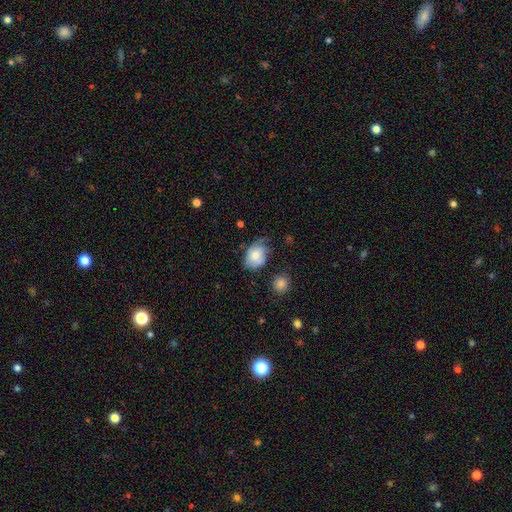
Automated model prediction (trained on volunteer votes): smooth_or_featured: smooth (p=0.65) [alt: featured or disk p=0.28]
how_rounded: in between (p=0.72) [alt: round p=0.27]
merging: none (p=0.41) [alt: minor disturbance p=0.38]